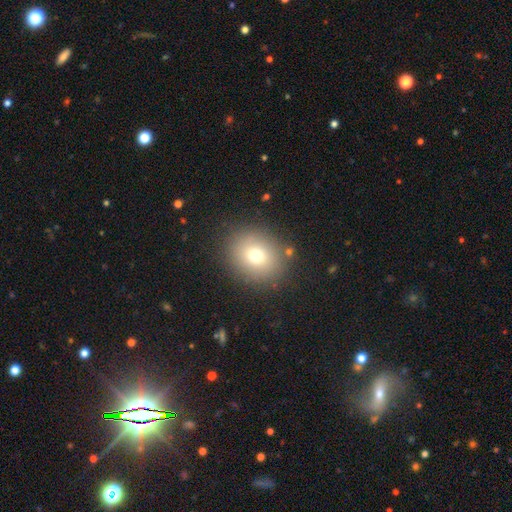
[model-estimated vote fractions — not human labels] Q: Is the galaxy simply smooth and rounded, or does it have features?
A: smooth — 74%.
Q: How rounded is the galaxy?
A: round — 63%.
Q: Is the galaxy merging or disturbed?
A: none — 86%.